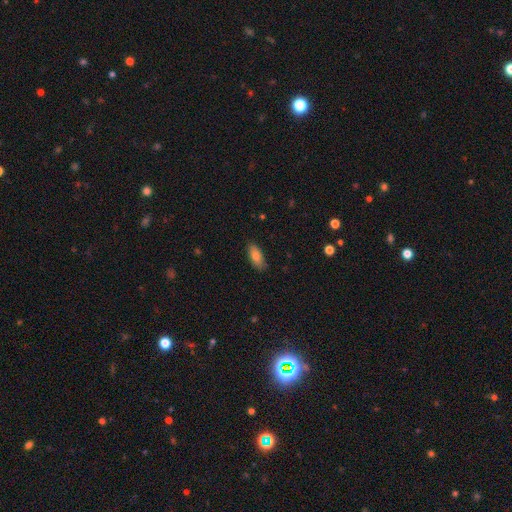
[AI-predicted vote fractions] smooth-or-featured: smooth: 81% | featured or disk: 12% | star or artifact: 7%
  how-rounded: in between: 83% | cigar-shaped: 14% | round: 3%
  merging: none: 84% | minor disturbance: 12% | major disturbance: 2% | merger: 1%